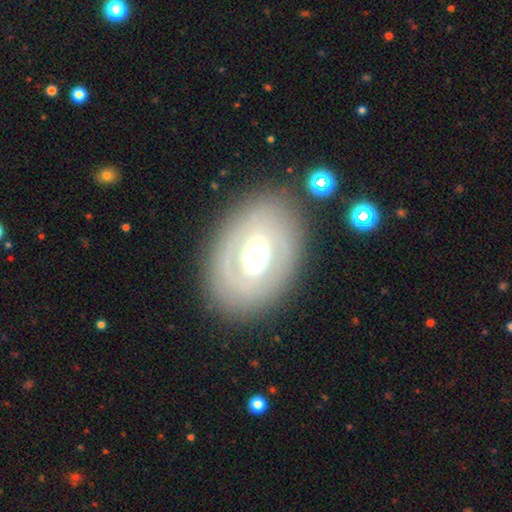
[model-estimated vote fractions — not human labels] smooth-or-featured: featured or disk: 58% | smooth: 34% | star or artifact: 8%
  disk-edge-on: no: 93% | yes: 7%
    bar: no: 48% | weak: 32% | strong: 20%
    has-spiral-arms: no: 73% | yes: 27%
    bulge-size: moderate: 48% | large: 37% | dominant: 8% | small: 5% | none: 1%
  merging: none: 79% | minor disturbance: 12% | major disturbance: 7% | merger: 2%